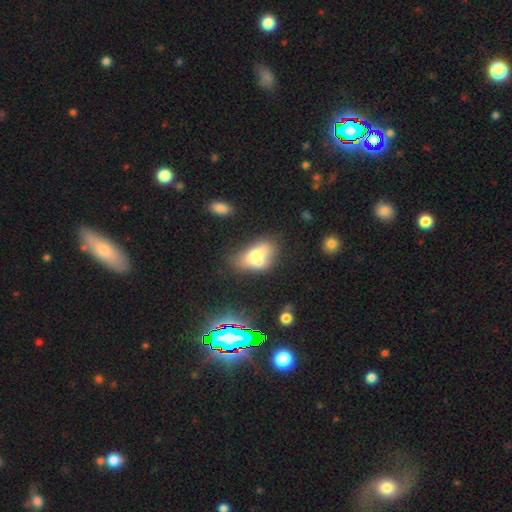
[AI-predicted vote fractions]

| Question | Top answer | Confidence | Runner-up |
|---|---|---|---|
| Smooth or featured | smooth | 63% | featured or disk (25%) |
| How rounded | in between | 82% | round (15%) |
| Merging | none | 35% | merger (33%) |